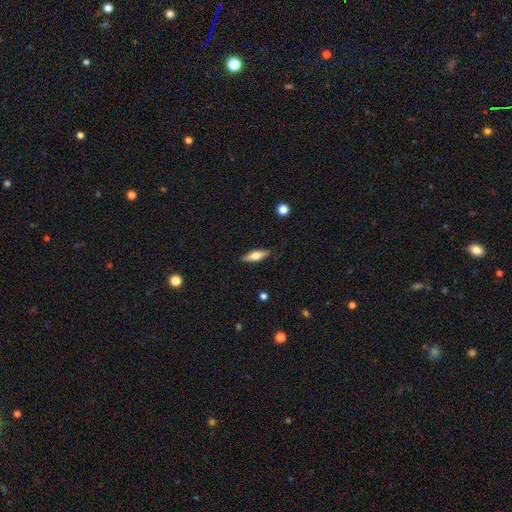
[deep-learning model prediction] This appears to be a smooth galaxy with no disk features (63%) that is in between round and cigar-shaped (53%). Merging: none (86%).